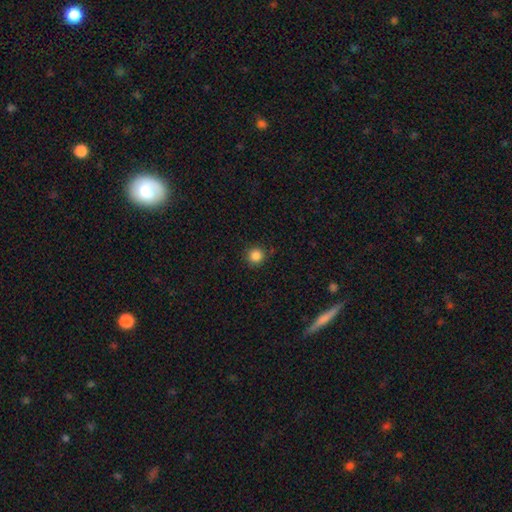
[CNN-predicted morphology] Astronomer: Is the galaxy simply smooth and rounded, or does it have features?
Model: smooth — 86%.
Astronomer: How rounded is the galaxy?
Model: round — 94%.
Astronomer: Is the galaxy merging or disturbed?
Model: none — 89%.